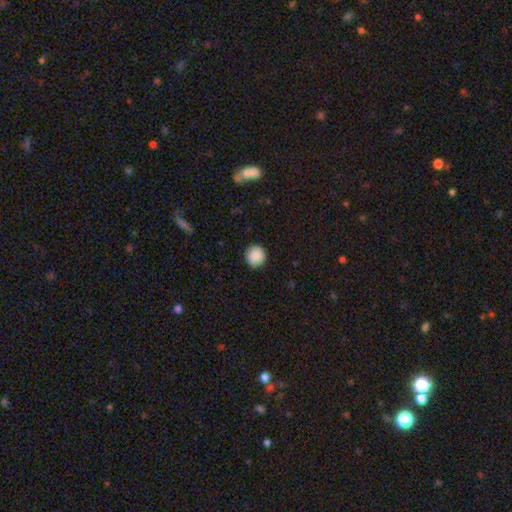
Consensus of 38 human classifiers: Morphology: type=smooth (92%); roundness=round (97%); merging=none (92%).